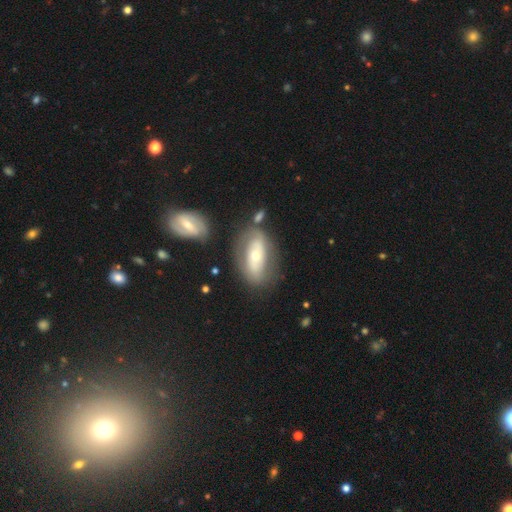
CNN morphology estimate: Smooth or featured?
  - featured or disk: 54% *
  - smooth: 40%
  - star or artifact: 7%
Edge-on disk?
  - no: 86% *
  - yes: 14%
Merging?
  - none: 63% *
  - minor disturbance: 17%
  - merger: 10%
  - major disturbance: 9%